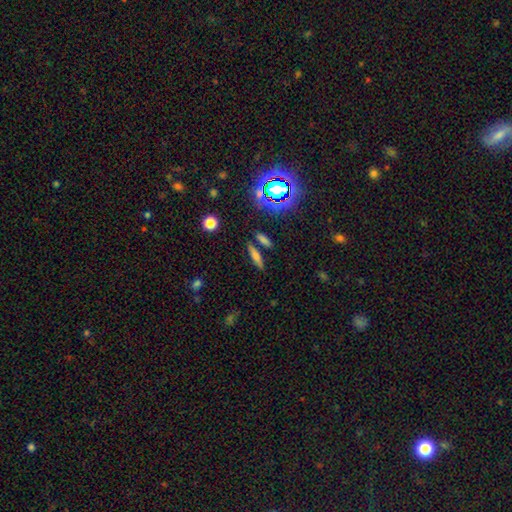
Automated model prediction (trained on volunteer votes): smooth 57%, featured or disk 26%, star or artifact 16%. Down the decision tree: how rounded — cigar-shaped (70%); merging — none (80%).